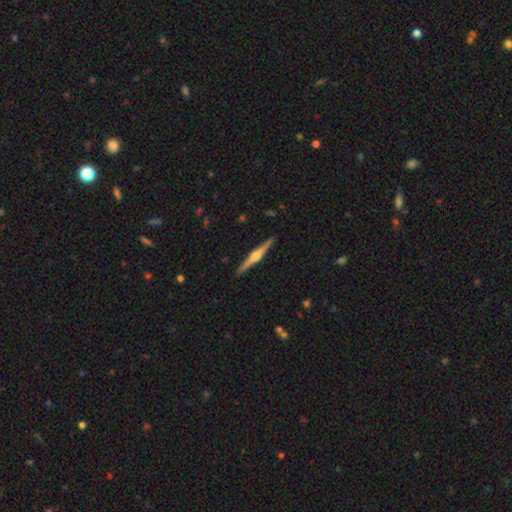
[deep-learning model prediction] This is clearly a featured or disk galaxy (80%). It is clearly viewed edge-on (99%). Edge-on bulge: clearly rounded (89%). Merging: clearly none (92%).